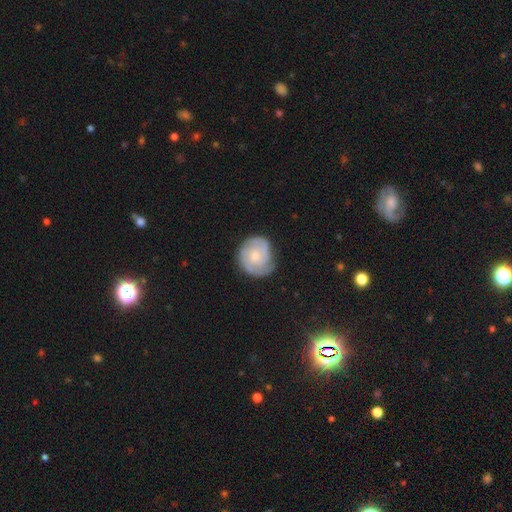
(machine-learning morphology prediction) This is likely a featured or disk galaxy (72%). It is clearly not viewed edge-on (98%). Bar: likely no (73%). Spiral arm pattern: clearly yes (93%). Spiral arm count: marginally 2 (38%). Spiral winding: likely tight (62%). Central bulge: possibly small (51%). Merging: likely none (69%).